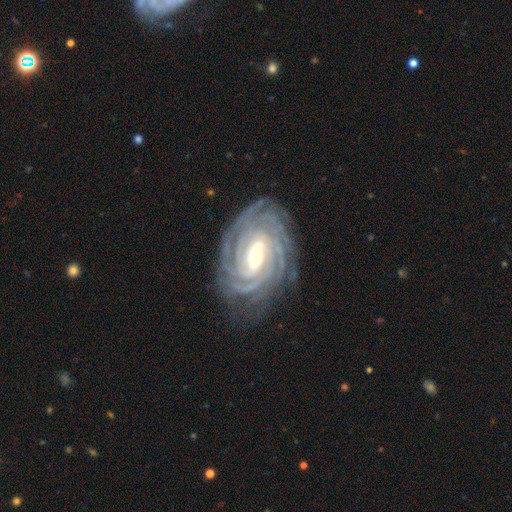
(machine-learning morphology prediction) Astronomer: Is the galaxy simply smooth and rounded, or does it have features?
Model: featured or disk — 92%.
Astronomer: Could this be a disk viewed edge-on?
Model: no — 97%.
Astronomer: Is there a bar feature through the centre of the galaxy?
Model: weak — 46% (runner-up: strong, 30%).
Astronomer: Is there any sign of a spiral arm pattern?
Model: yes — 99%.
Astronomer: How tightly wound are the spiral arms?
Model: tight — 82%.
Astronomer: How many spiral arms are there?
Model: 4 — 30% (runner-up: more than 4, 20%).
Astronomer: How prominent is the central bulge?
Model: small — 60% (runner-up: moderate, 36%).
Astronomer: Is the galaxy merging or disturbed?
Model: none — 78%.